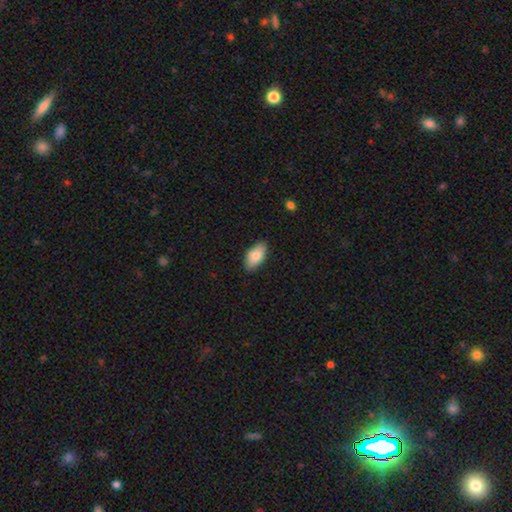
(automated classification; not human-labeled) A smooth galaxy with no disk features (80%) that is in between round and cigar-shaped (93%).

Vote fractions:
- Smooth or featured? smooth: 80% / featured or disk: 13% / star or artifact: 6%
- How rounded? in between: 93% / cigar-shaped: 4% / round: 3%
- Merging? none: 87% / minor disturbance: 10% / major disturbance: 2% / merger: 1%